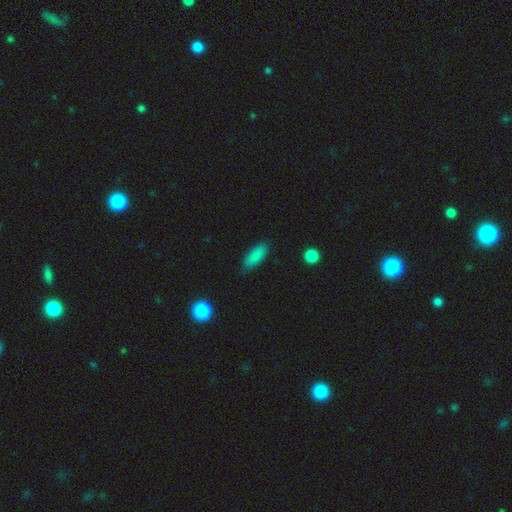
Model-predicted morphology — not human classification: Smooth or featured: smooth — 87% (star or artifact — 7%)
How rounded: in between — 76% (cigar-shaped — 21%)
Merging: none — 75% (minor disturbance — 21%)